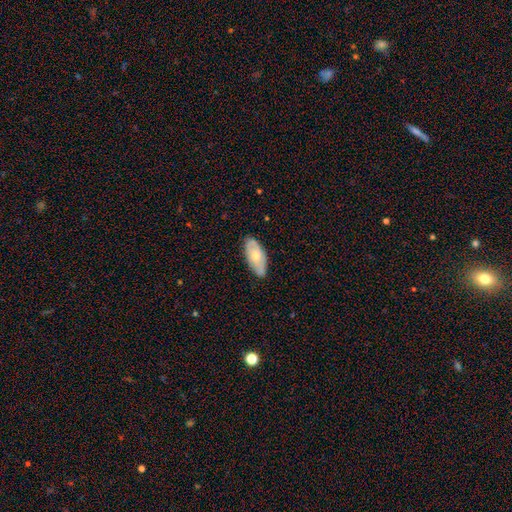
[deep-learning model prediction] This is possibly a smooth galaxy (60%). How rounded: clearly in between (90%). Merging: likely none (78%).